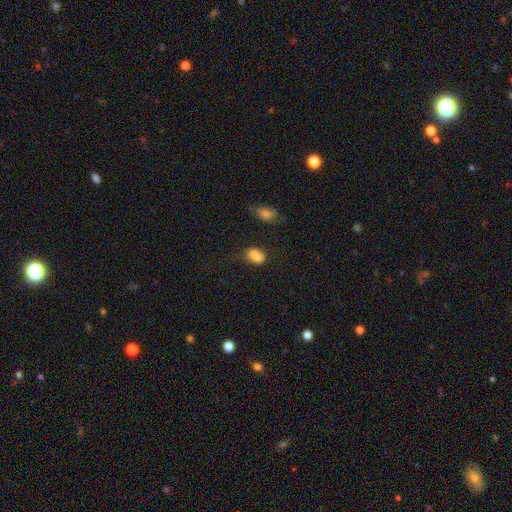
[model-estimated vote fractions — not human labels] smooth_or_featured: smooth (p=0.82) [alt: star or artifact p=0.12]
how_rounded: in between (p=0.83) [alt: round p=0.15]
merging: none (p=0.51) [alt: minor disturbance p=0.29]